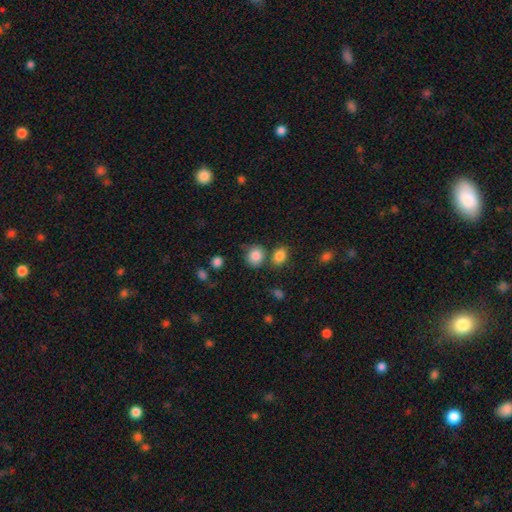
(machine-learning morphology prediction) Smooth or featured?
  - smooth: 85% *
  - star or artifact: 10%
  - featured or disk: 6%
How rounded?
  - round: 77% *
  - in between: 23%
  - cigar-shaped: 1%
Merging?
  - none: 67% *
  - merger: 17%
  - minor disturbance: 13%
  - major disturbance: 4%